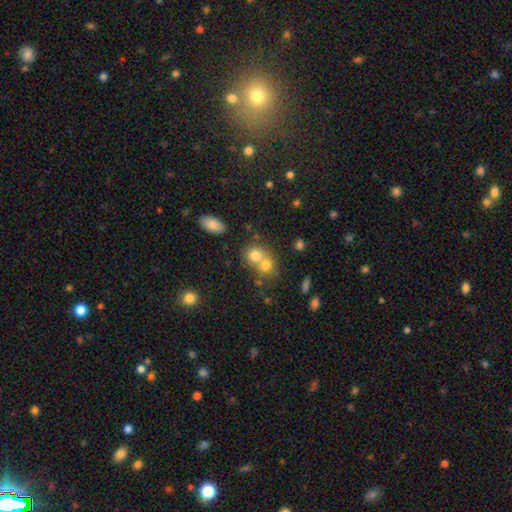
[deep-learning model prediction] smooth-or-featured: smooth: 75% | featured or disk: 14% | star or artifact: 11%
  how-rounded: round: 74% | in between: 25% | cigar-shaped: 1%
  merging: merger: 61% | none: 31% | minor disturbance: 6% | major disturbance: 2%